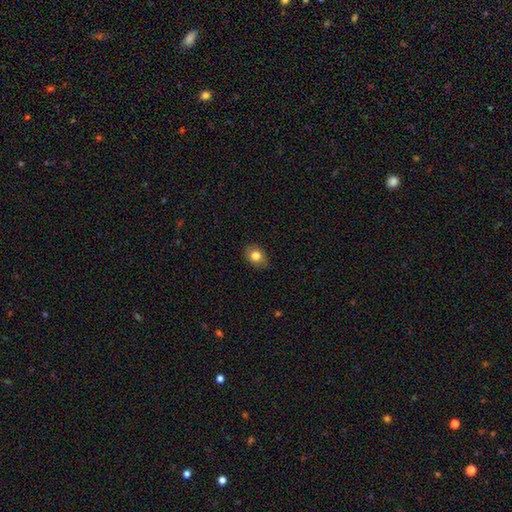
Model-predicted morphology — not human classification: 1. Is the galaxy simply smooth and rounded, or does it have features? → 81% smooth, 10% star or artifact, 9% featured or disk.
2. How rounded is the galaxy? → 60% in between, 39% round, 1% cigar-shaped.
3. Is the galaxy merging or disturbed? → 80% none, 16% minor disturbance, 3% major disturbance, 1% merger.